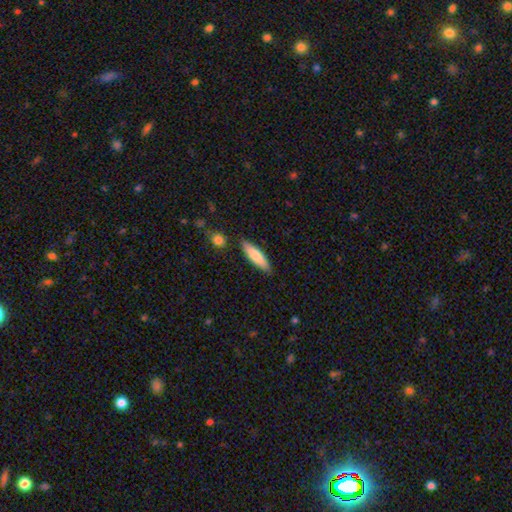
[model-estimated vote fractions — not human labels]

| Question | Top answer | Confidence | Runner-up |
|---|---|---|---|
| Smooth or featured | smooth | 78% | featured or disk (16%) |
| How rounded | cigar-shaped | 69% | in between (30%) |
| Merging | none | 85% | minor disturbance (10%) |